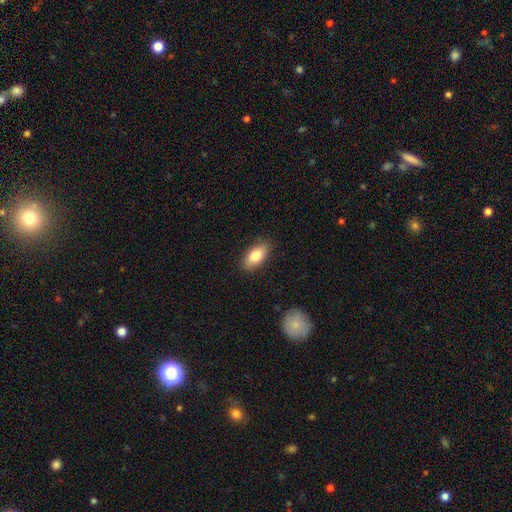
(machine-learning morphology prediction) Q: Smooth or featured?
A: smooth (82%); runner-up: featured or disk (11%)
Q: How rounded?
A: in between (89%); runner-up: cigar-shaped (7%)
Q: Merging?
A: none (87%); runner-up: minor disturbance (10%)